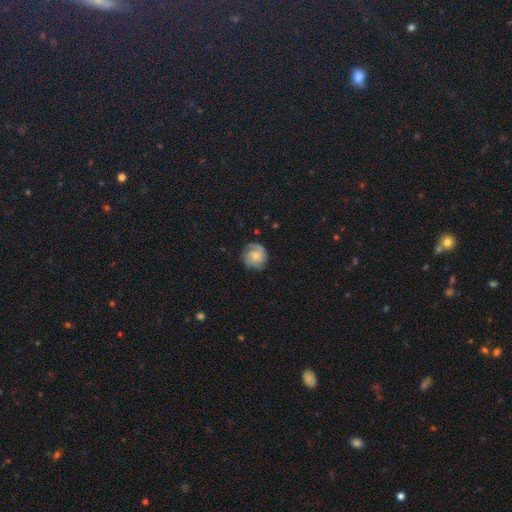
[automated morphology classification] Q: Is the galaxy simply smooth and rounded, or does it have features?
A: featured or disk — 55%.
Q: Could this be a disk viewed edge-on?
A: no — 98%.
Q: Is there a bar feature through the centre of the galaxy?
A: no — 74%.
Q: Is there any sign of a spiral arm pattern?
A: yes — 90%.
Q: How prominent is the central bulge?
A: moderate — 43%.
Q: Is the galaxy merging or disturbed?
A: none — 75%.